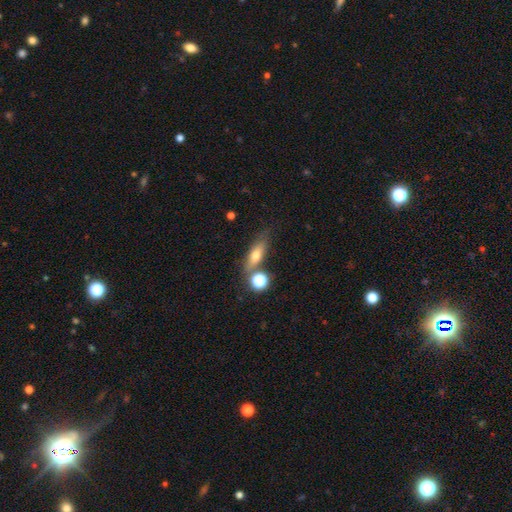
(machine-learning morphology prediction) smooth_or_featured: smooth (p=0.63) [alt: featured or disk p=0.26]
how_rounded: in between (p=0.50) [alt: cigar-shaped p=0.40]
merging: none (p=0.62) [alt: minor disturbance p=0.17]